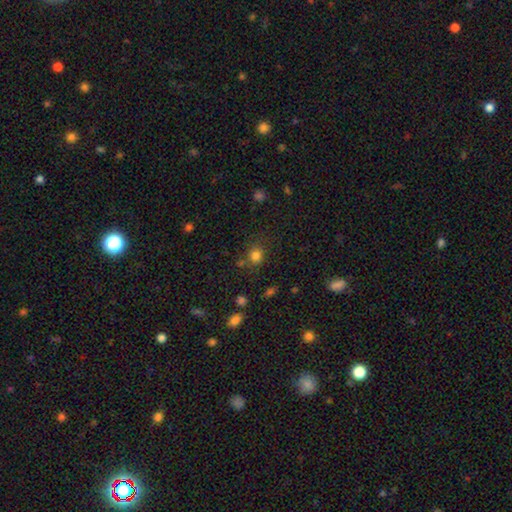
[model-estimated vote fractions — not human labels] smooth_or_featured: smooth (p=0.80) [alt: star or artifact p=0.14]
how_rounded: round (p=0.78) [alt: in between p=0.21]
merging: none (p=0.76) [alt: minor disturbance p=0.12]